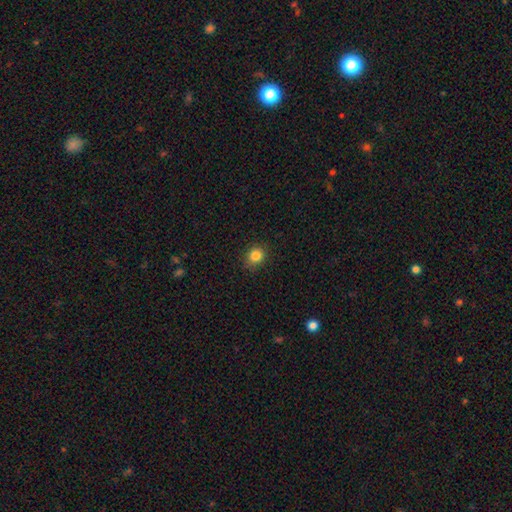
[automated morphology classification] Smooth or featured?
  - smooth: 84% *
  - star or artifact: 11%
  - featured or disk: 4%
How rounded?
  - round: 76% *
  - in between: 23%
  - cigar-shaped: 1%
Merging?
  - none: 86% *
  - minor disturbance: 11%
  - major disturbance: 2%
  - merger: 1%